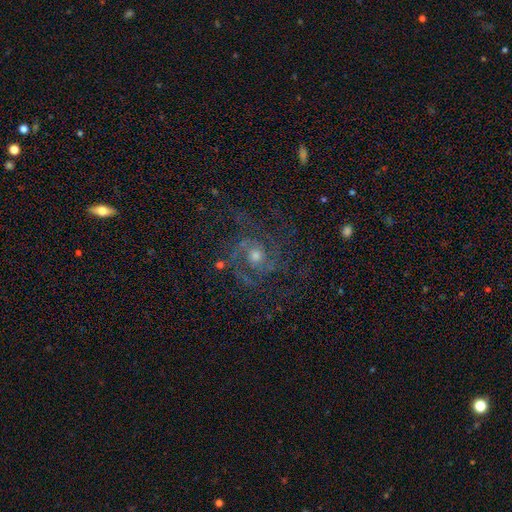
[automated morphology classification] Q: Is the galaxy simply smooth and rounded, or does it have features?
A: featured or disk — 82%.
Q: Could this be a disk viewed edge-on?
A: no — 97%.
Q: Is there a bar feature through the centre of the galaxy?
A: no — 74%.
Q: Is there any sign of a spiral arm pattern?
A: yes — 94%.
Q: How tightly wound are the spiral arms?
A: medium — 46%.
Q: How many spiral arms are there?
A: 2 — 36%.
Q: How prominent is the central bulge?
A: moderate — 60%.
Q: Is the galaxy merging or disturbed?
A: none — 67%.